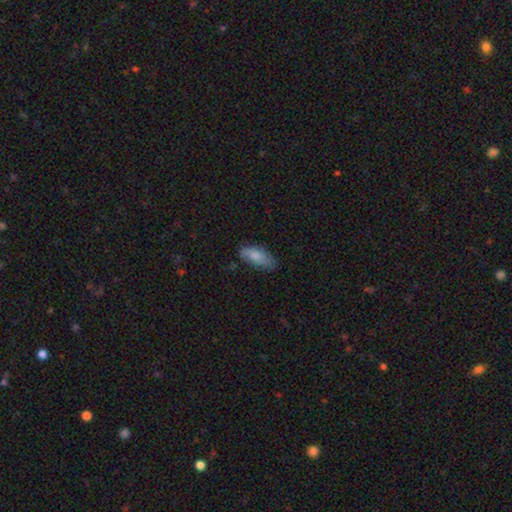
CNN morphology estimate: Smooth or featured? smooth (77%)
How rounded? in between (85%)
Merging? none (59%)